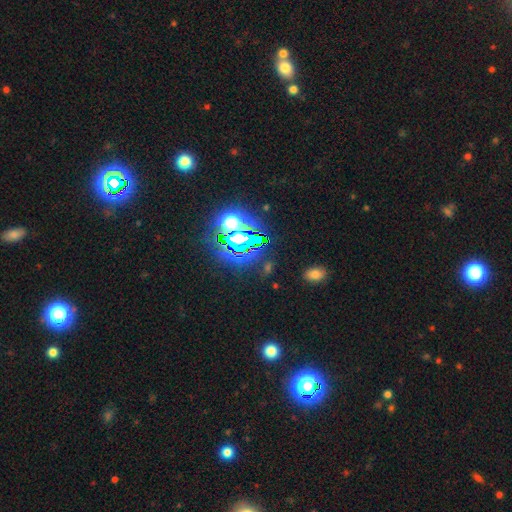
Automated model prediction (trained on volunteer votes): A star or artifact, not a galaxy (82%).

Vote fractions:
- Smooth or featured? star or artifact: 82% / smooth: 11% / featured or disk: 8%